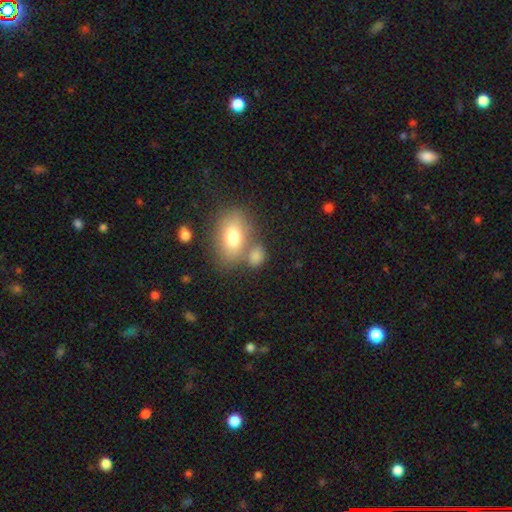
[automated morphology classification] smooth 78%, featured or disk 11%, star or artifact 11%. Down the decision tree: how rounded — in between (72%); merging — none (49%).